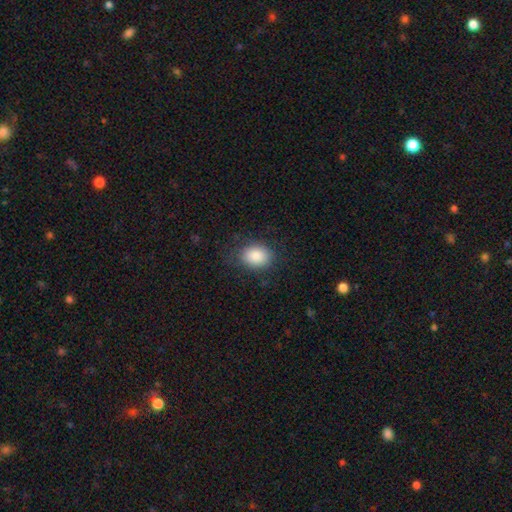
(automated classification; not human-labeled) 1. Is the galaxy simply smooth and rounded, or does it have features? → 86% smooth, 8% star or artifact, 6% featured or disk.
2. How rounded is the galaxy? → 67% in between, 32% round, 1% cigar-shaped.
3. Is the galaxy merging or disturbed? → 80% none, 14% minor disturbance, 5% major disturbance, 1% merger.